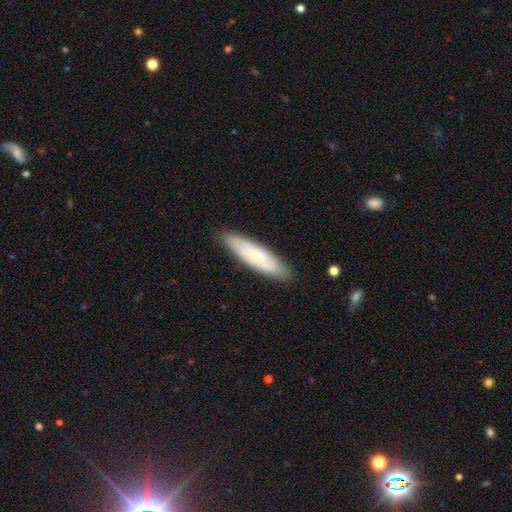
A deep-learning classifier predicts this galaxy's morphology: smooth-or-featured: smooth: 63% | featured or disk: 31% | star or artifact: 6%
  how-rounded: cigar-shaped: 73% | in between: 25% | round: 1%
  merging: none: 86% | minor disturbance: 10% | major disturbance: 2% | merger: 1%